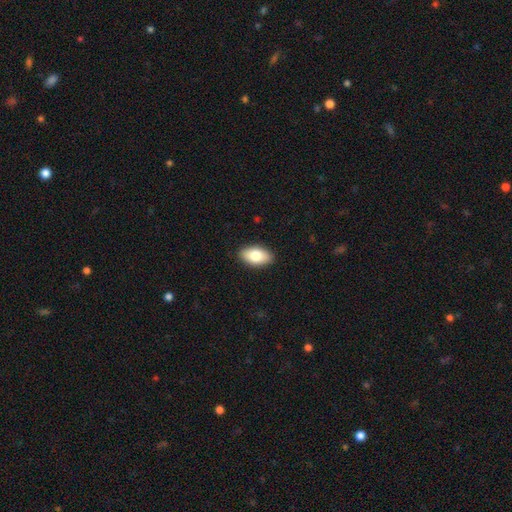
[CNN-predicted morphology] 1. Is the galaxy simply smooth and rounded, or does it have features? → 79% smooth, 14% featured or disk, 6% star or artifact.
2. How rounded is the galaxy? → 94% in between, 4% round, 2% cigar-shaped.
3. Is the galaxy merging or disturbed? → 89% none, 8% minor disturbance, 2% major disturbance, 1% merger.